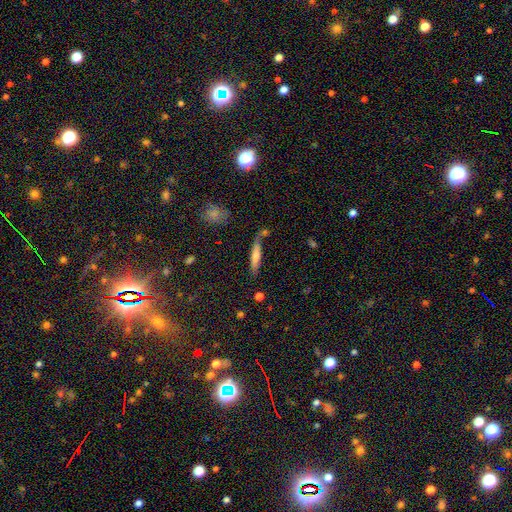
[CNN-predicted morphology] A smooth galaxy with no disk features (59%) that is cigar-shaped (86%). Merging: none (70%).